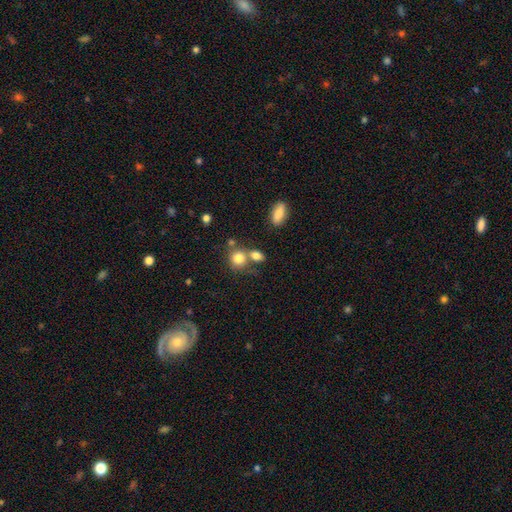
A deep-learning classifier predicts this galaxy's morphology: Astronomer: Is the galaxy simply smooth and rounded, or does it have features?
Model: smooth — 81%.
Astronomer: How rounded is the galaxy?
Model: round — 56% (runner-up: in between, 42%).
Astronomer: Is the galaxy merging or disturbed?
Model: none — 50% (runner-up: merger, 35%).